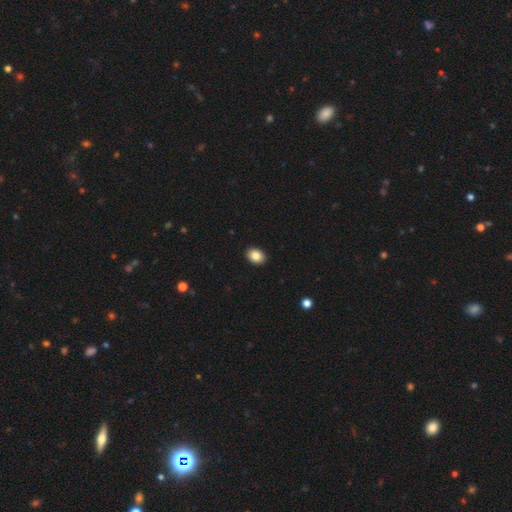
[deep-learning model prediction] smooth_or_featured: smooth (p=0.85) [alt: star or artifact p=0.09]
how_rounded: in between (p=0.67) [alt: round p=0.32]
merging: none (p=0.92) [alt: minor disturbance p=0.06]